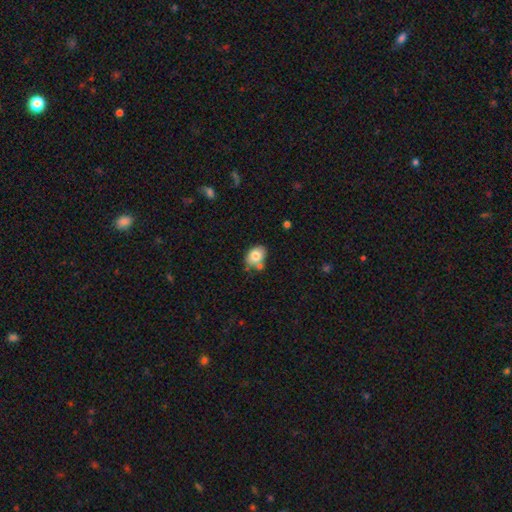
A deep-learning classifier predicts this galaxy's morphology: Overall: smooth (79%). How rounded: in between (72%). Merging: none (60%; minor disturbance 20%).